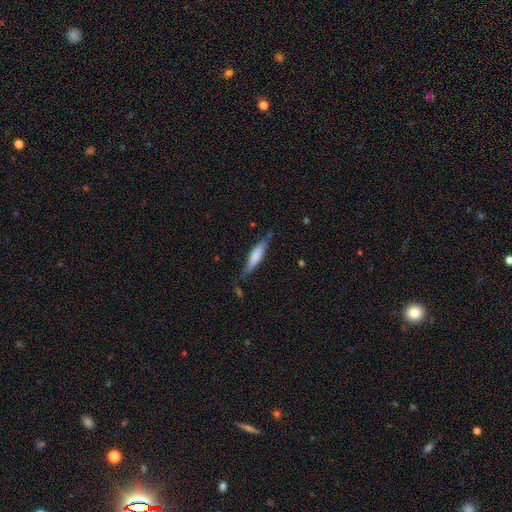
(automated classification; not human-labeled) A smooth galaxy with no disk features (69%) that is cigar-shaped (70%).

Vote fractions:
- Smooth or featured? smooth: 69% / featured or disk: 25% / star or artifact: 6%
- How rounded? cigar-shaped: 70% / in between: 28% / round: 2%
- Merging? none: 65% / minor disturbance: 26% / major disturbance: 6% / merger: 3%